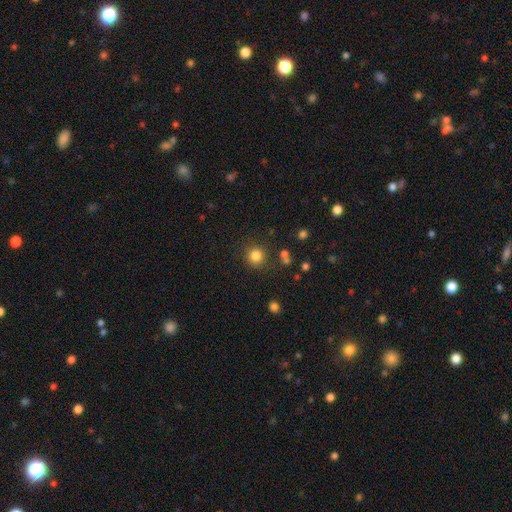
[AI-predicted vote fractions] smooth 82%, star or artifact 13%, featured or disk 5%. Down the decision tree: how rounded — round (92%); merging — none (85%).